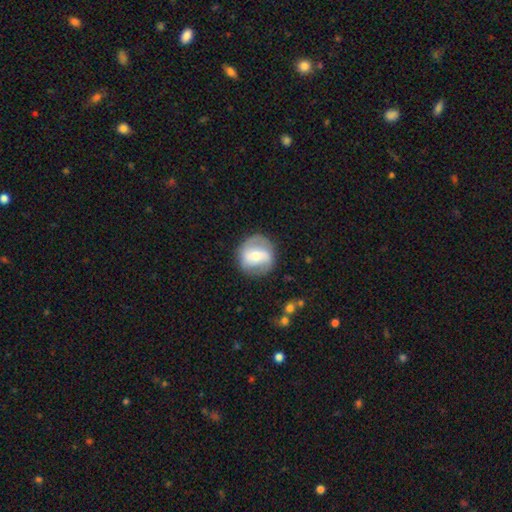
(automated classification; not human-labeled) Q: Smooth or featured?
A: featured or disk (61%); runner-up: smooth (33%)
Q: Edge-on disk?
A: no (96%); runner-up: yes (4%)
Q: Bar?
A: weak (40%); runner-up: strong (37%)
Q: Spiral arms?
A: yes (71%); runner-up: no (29%)
Q: Bulge size?
A: moderate (59%); runner-up: small (33%)
Q: Merging?
A: none (82%); runner-up: minor disturbance (12%)